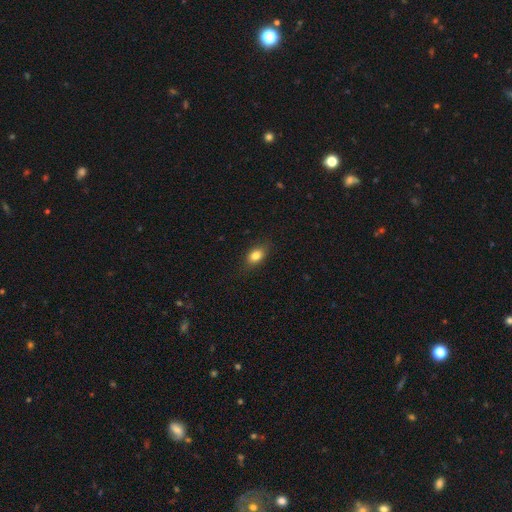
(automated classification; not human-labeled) Morphology: type=smooth (83%); roundness=in between (81%); merging=none (83%).